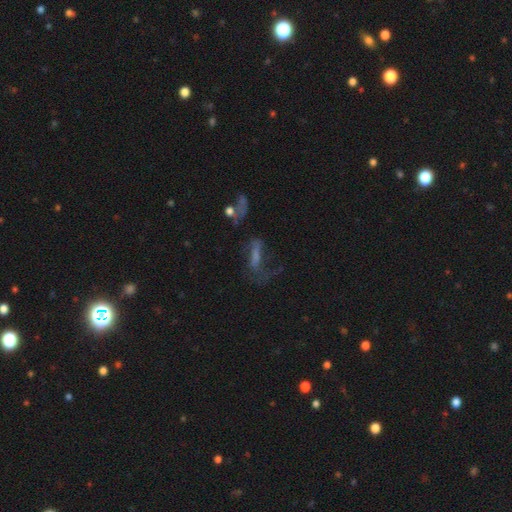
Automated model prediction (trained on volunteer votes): A featured or disk galaxy (48%). Merging: major disturbance (39%).